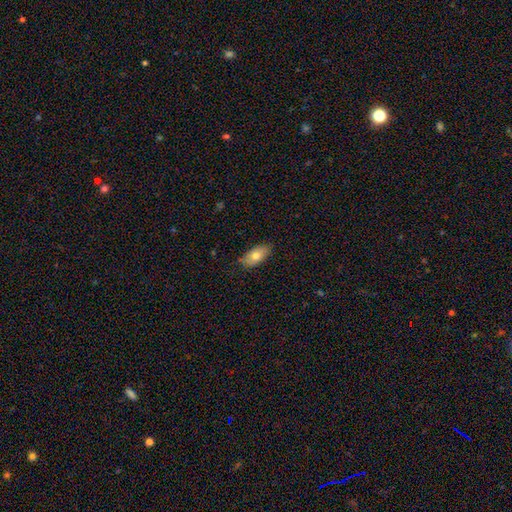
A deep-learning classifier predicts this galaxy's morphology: Smooth or featured?
  - smooth: 72% *
  - featured or disk: 21%
  - star or artifact: 7%
How rounded?
  - in between: 90% *
  - cigar-shaped: 5%
  - round: 4%
Merging?
  - none: 78% *
  - minor disturbance: 18%
  - major disturbance: 3%
  - merger: 1%